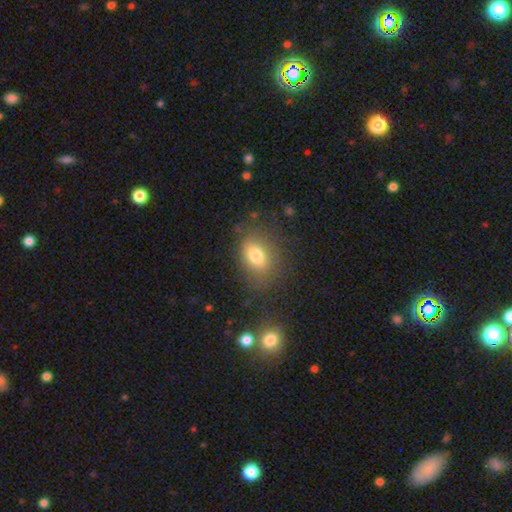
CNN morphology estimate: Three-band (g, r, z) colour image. It shows a smooth galaxy with no disk features (78%) that is in between round and cigar-shaped (72%). Merging: none (74%).